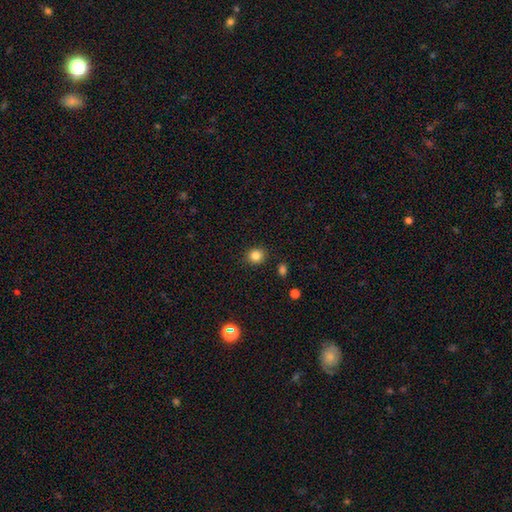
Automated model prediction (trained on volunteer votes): Smooth or featured? smooth (84%)
How rounded? round (82%)
Merging? none (89%)